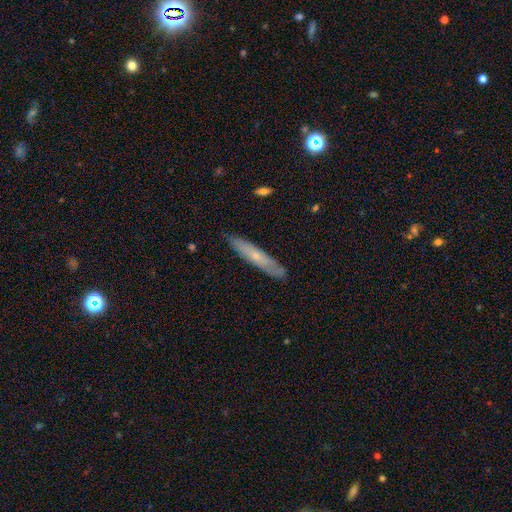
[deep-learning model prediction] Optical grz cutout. It shows a featured or disk galaxy (47%, tied with smooth). Merging: none (84%).